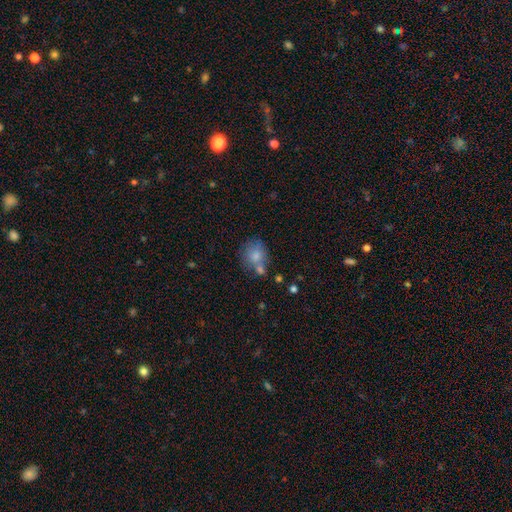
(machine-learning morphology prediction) Overall: smooth (76%). How rounded: round (67%; in between 31%). Merging: none (45%; merger 28%).